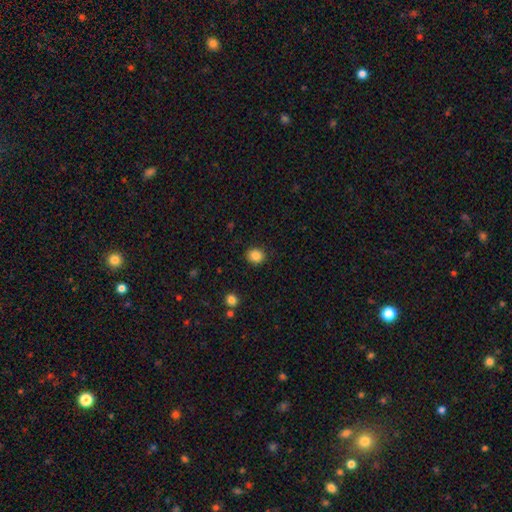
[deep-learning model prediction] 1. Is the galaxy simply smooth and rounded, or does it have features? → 85% smooth, 10% star or artifact, 5% featured or disk.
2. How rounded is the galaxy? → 76% round, 23% in between, 1% cigar-shaped.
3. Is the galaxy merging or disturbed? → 89% none, 7% minor disturbance, 2% major disturbance, 1% merger.